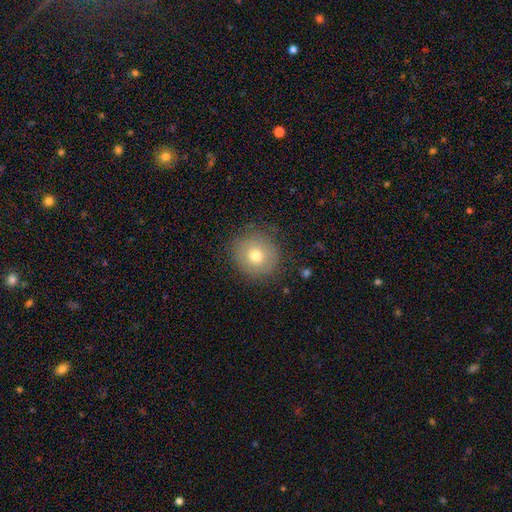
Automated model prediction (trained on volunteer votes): Q: Smooth or featured?
A: smooth (70%); runner-up: featured or disk (19%)
Q: How rounded?
A: round (90%); runner-up: in between (9%)
Q: Merging?
A: none (81%); runner-up: minor disturbance (13%)